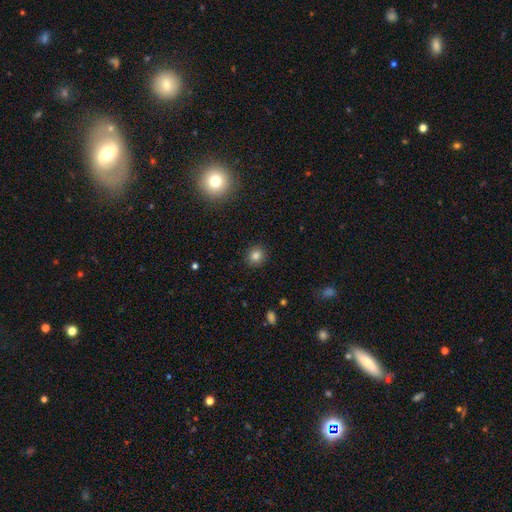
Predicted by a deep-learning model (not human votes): smooth_or_featured: smooth (p=0.82) [alt: star or artifact p=0.12]
how_rounded: round (p=0.87) [alt: in between p=0.12]
merging: none (p=0.91) [alt: minor disturbance p=0.06]